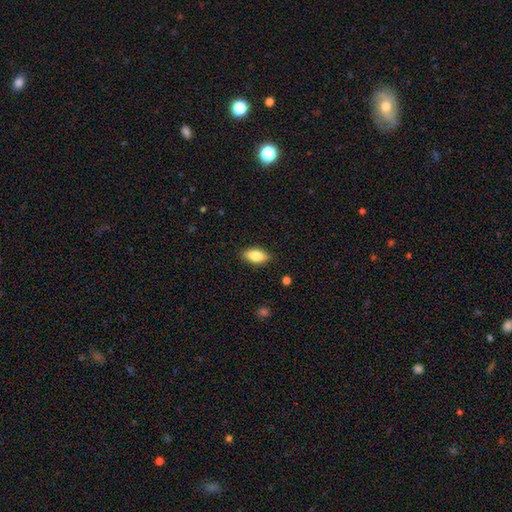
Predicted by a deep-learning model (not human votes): Overall: smooth (82%). How rounded: in between (89%). Merging: none (87%).